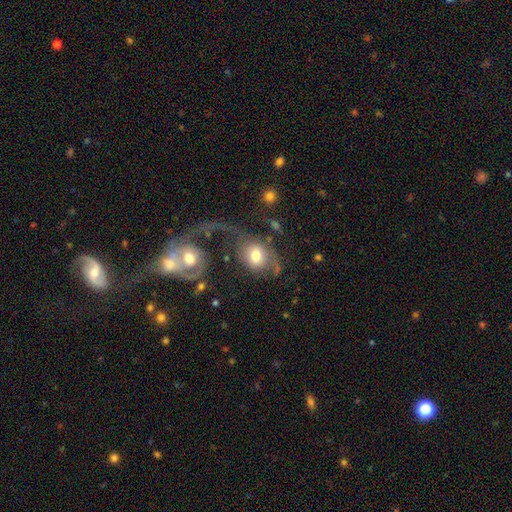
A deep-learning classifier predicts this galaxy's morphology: Smooth or featured? smooth (54%)
How rounded? round (50%)
Merging? major disturbance (41%)